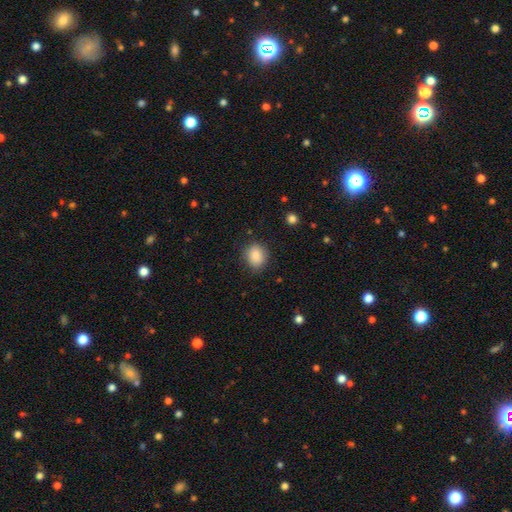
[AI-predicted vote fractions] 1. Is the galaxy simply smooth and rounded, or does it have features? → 88% smooth, 8% star or artifact, 4% featured or disk.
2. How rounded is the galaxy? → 59% round, 40% in between, 1% cigar-shaped.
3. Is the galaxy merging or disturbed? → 81% none, 14% minor disturbance, 4% major disturbance, 1% merger.